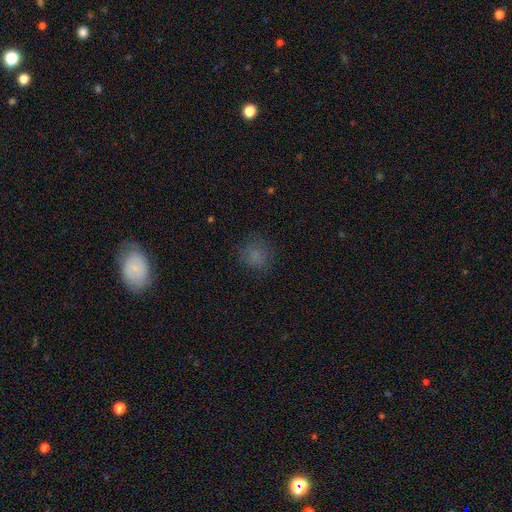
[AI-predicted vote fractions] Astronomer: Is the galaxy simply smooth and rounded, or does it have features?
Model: smooth — 76%.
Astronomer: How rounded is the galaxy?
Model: round — 83%.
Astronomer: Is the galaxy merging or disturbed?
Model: none — 78%.